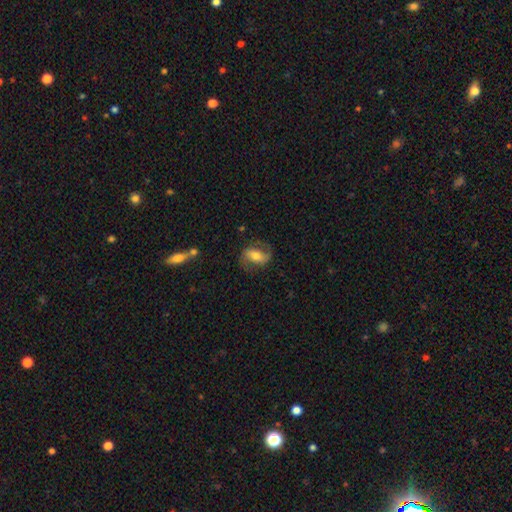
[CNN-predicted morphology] This is likely a featured or disk galaxy (64%). It is clearly not viewed edge-on (95%). Bar: marginally weak (37%). Spiral arm pattern: clearly yes (88%). Spiral arm count: clearly 2 (88%). Spiral winding: marginally medium (43%). Central bulge: likely moderate (62%). Merging: likely none (71%).